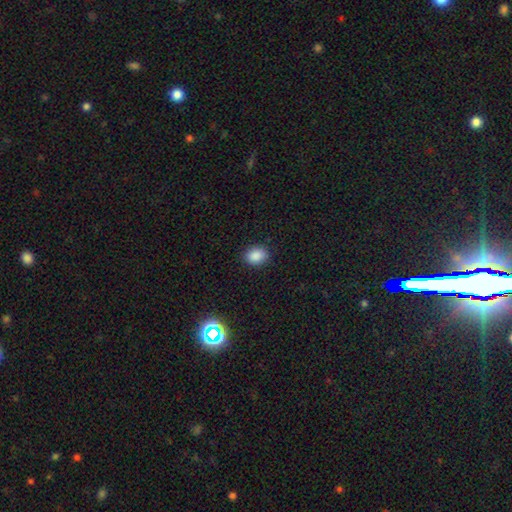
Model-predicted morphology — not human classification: Smooth or featured? Predicted: smooth (p=0.87). How rounded? Predicted: in between (p=0.57). Merging? Predicted: none (p=0.88).